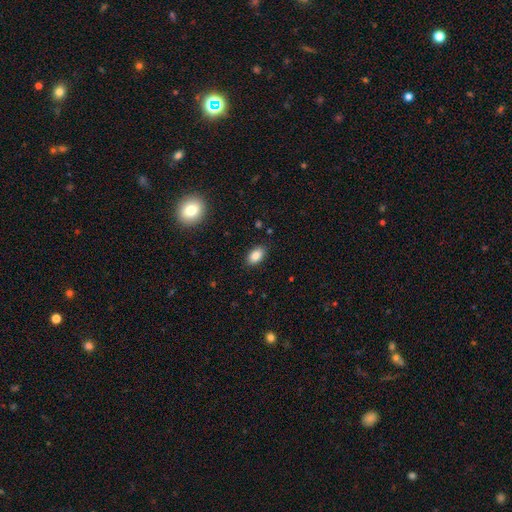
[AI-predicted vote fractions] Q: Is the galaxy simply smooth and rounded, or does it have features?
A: smooth — 86%.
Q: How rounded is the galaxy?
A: in between — 91%.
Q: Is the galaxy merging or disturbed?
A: none — 87%.